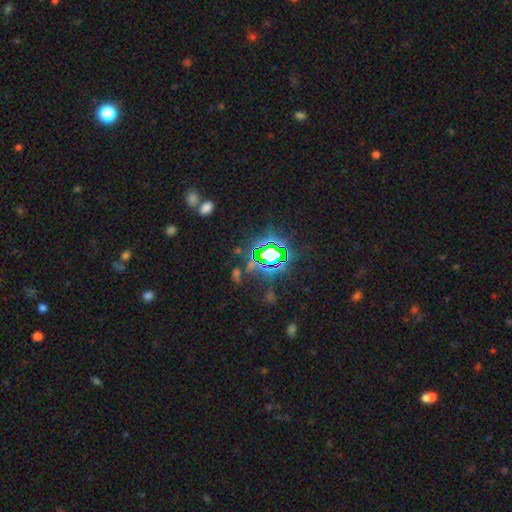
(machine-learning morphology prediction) type=star or artifact (79%).